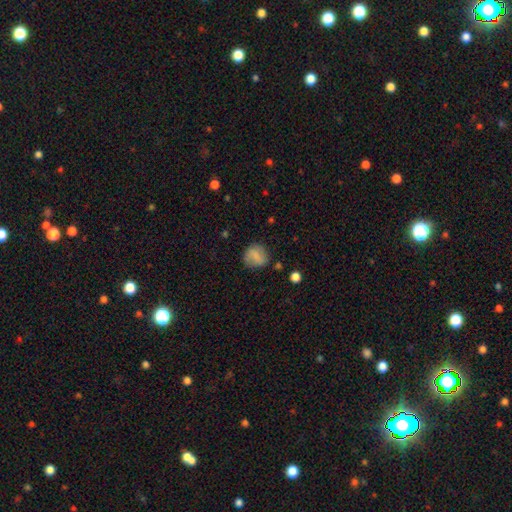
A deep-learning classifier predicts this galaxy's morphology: smooth_or_featured: smooth (p=0.75) [alt: featured or disk p=0.16]
how_rounded: round (p=0.73) [alt: in between p=0.25]
merging: none (p=0.72) [alt: minor disturbance p=0.19]